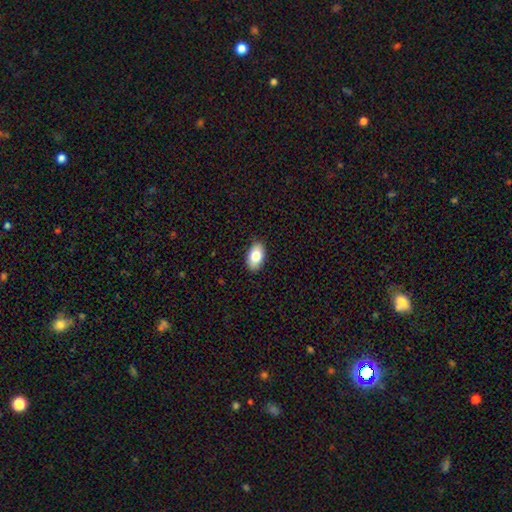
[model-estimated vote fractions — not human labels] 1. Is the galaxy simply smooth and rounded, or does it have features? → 81% smooth, 12% featured or disk, 7% star or artifact.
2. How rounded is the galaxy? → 93% in between, 5% round, 2% cigar-shaped.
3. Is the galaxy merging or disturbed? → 88% none, 9% minor disturbance, 2% major disturbance, 1% merger.